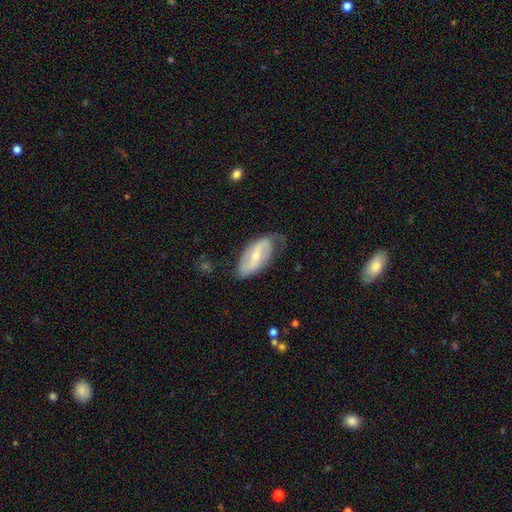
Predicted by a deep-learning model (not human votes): smooth_or_featured: featured or disk (p=0.70) [alt: smooth p=0.24]
disk_edge_on: no (p=0.93) [alt: yes p=0.07]
bar: strong (p=0.47) [alt: weak p=0.36]
has_spiral_arms: yes (p=0.84) [alt: no p=0.16]
spiral_winding: loose (p=0.48) [alt: medium p=0.33]
spiral_arm_count: 2 (p=0.79) [alt: can't tell p=0.11]
bulge_size: small (p=0.56) [alt: moderate p=0.39]
merging: none (p=0.59) [alt: minor disturbance p=0.29]